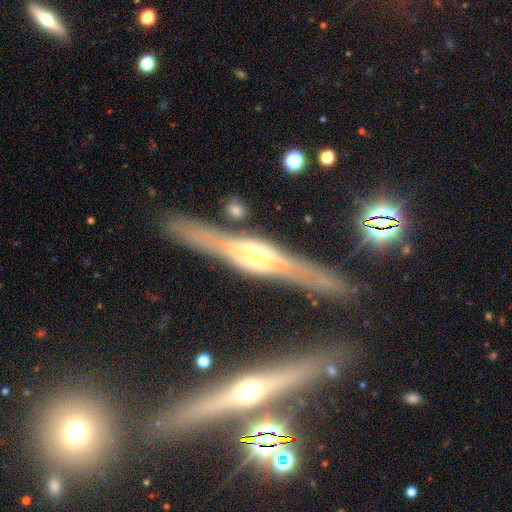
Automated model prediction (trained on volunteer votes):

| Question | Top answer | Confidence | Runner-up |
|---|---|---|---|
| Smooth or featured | featured or disk | 78% | smooth (15%) |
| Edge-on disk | yes | 92% | no (8%) |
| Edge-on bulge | rounded | 86% | boxy (9%) |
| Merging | none | 80% | minor disturbance (12%) |